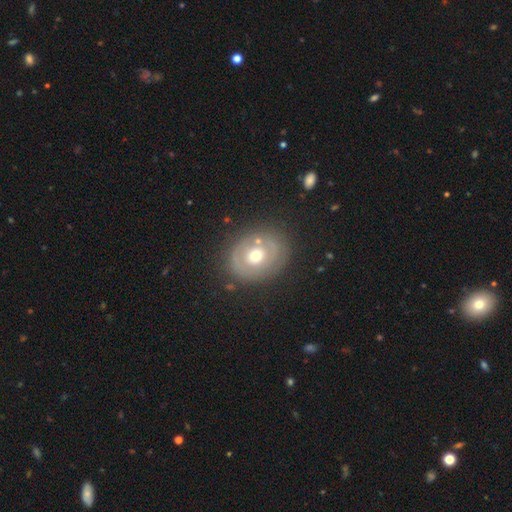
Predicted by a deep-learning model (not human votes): smooth-or-featured: featured or disk: 58% | smooth: 35% | star or artifact: 7%
  disk-edge-on: no: 95% | yes: 5%
    bar: no: 84% | weak: 12% | strong: 4%
    has-spiral-arms: no: 68% | yes: 32%
    bulge-size: moderate: 75% | small: 12% | large: 11% | dominant: 1% | none: 1%
  merging: none: 80% | minor disturbance: 13% | major disturbance: 5% | merger: 2%